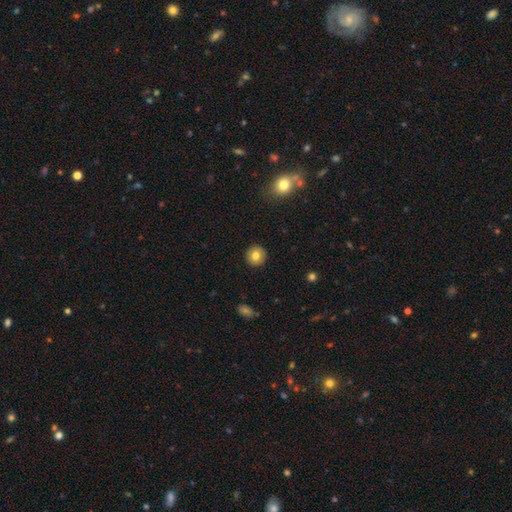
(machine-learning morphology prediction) Q: Smooth or featured?
A: smooth (78%); runner-up: featured or disk (13%)
Q: How rounded?
A: round (94%); runner-up: in between (5%)
Q: Merging?
A: none (92%); runner-up: minor disturbance (5%)